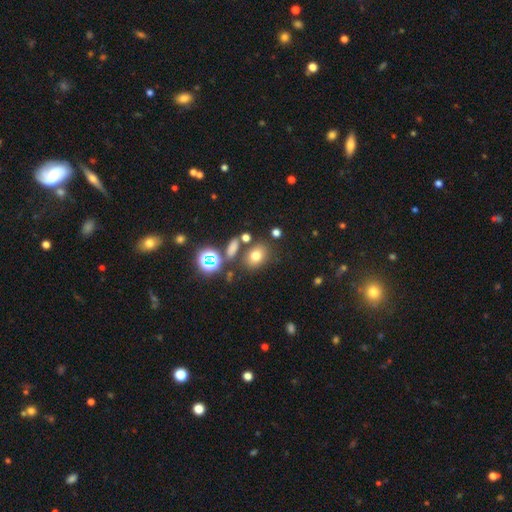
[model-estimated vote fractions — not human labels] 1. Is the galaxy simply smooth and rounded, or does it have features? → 69% smooth, 20% star or artifact, 11% featured or disk.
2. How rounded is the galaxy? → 57% in between, 42% round, 1% cigar-shaped.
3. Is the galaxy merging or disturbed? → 71% none, 12% merger, 11% minor disturbance, 5% major disturbance.